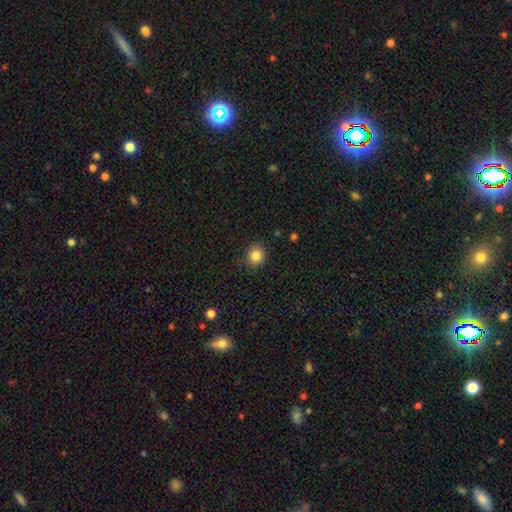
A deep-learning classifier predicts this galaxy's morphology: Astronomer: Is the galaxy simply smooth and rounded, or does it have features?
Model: smooth — 84%.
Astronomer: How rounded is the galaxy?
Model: round — 80%.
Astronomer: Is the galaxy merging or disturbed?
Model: none — 87%.